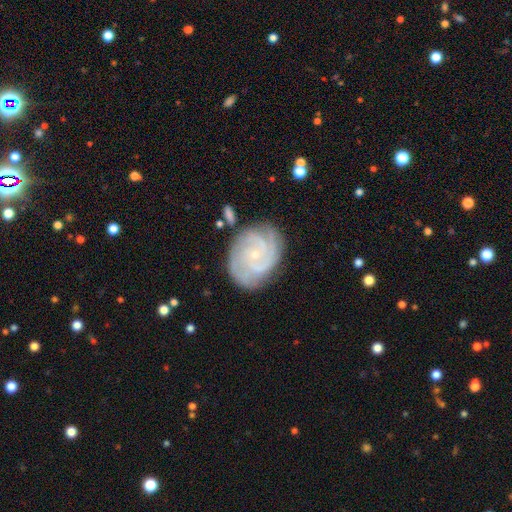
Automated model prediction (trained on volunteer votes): The model was most divided on "spiral arm count": 3: 34%, 4: 20%, 2: 18%, can't tell: 16%, more than 4: 6%, 1: 5%. More confident: edge-on disk — no (98%); spiral arms — yes (98%); smooth or featured — featured or disk (86%); bulge size — small (84%); merging — none (77%); bar — no (73%); spiral winding — tight (71%).